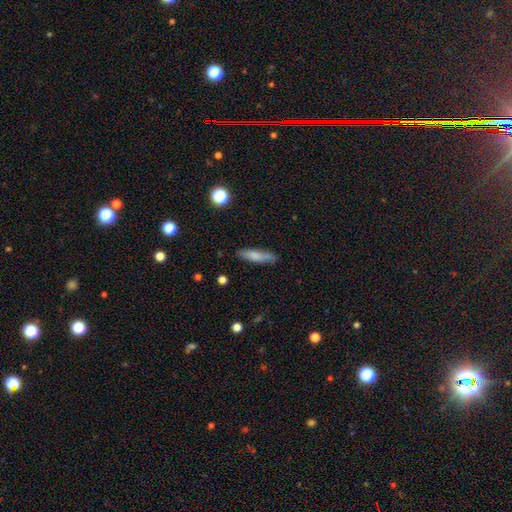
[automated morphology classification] Smooth or featured: smooth — 75% (featured or disk — 18%)
How rounded: cigar-shaped — 75% (in between — 23%)
Merging: none — 81% (minor disturbance — 14%)